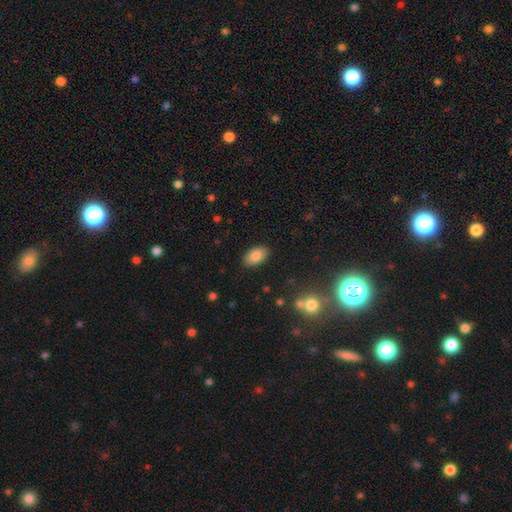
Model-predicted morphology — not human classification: Smooth or featured?
  - smooth: 84% *
  - star or artifact: 8%
  - featured or disk: 8%
How rounded?
  - in between: 93% *
  - round: 5%
  - cigar-shaped: 1%
Merging?
  - none: 88% *
  - minor disturbance: 9%
  - major disturbance: 2%
  - merger: 1%